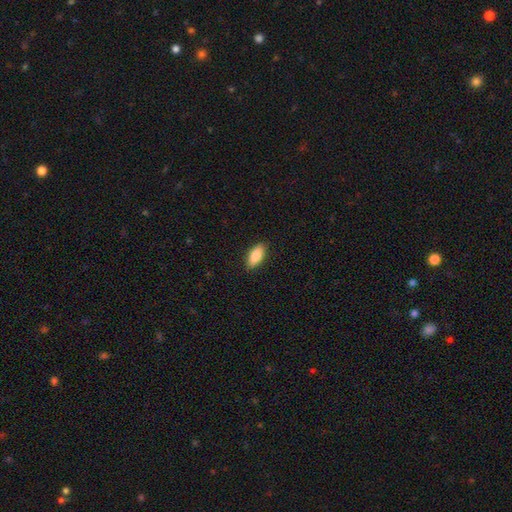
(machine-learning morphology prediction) smooth-or-featured: smooth: 85% | featured or disk: 9% | star or artifact: 6%
  how-rounded: in between: 85% | cigar-shaped: 13% | round: 2%
  merging: none: 88% | minor disturbance: 9% | major disturbance: 2% | merger: 1%